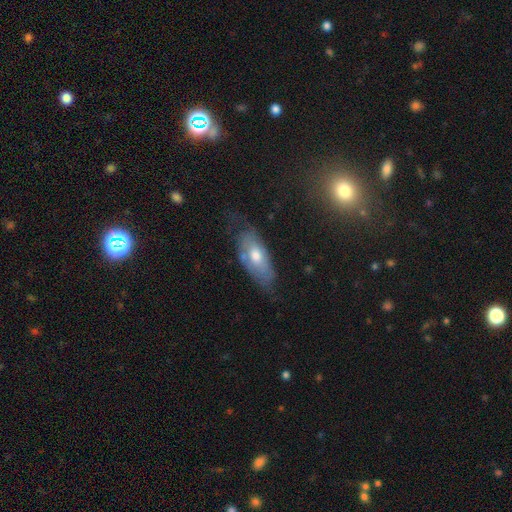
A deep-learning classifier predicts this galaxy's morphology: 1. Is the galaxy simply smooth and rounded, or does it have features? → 50% smooth, 43% featured or disk, 7% star or artifact.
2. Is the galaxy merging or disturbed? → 51% none, 31% minor disturbance, 15% major disturbance, 3% merger.